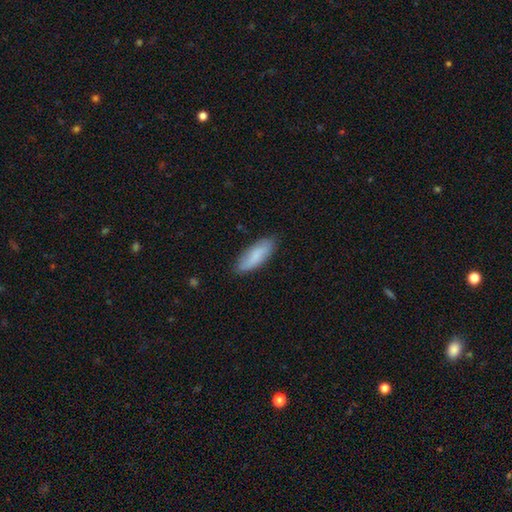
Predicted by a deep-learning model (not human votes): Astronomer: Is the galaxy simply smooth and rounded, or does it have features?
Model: smooth — 82%.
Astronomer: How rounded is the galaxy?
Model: in between — 63%.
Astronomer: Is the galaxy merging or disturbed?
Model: none — 82%.